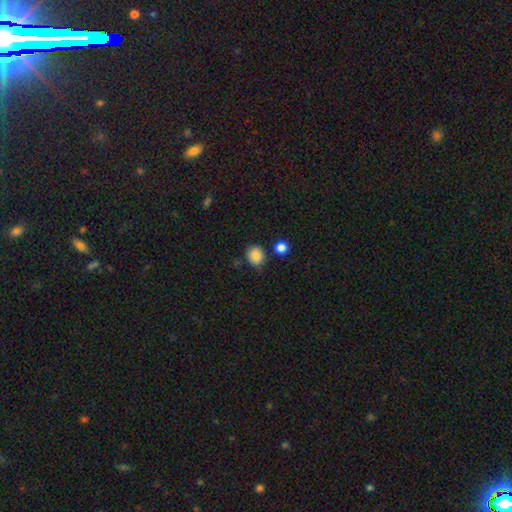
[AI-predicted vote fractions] This is clearly a smooth galaxy (86%). How rounded: likely round (72%). Merging: likely none (79%).